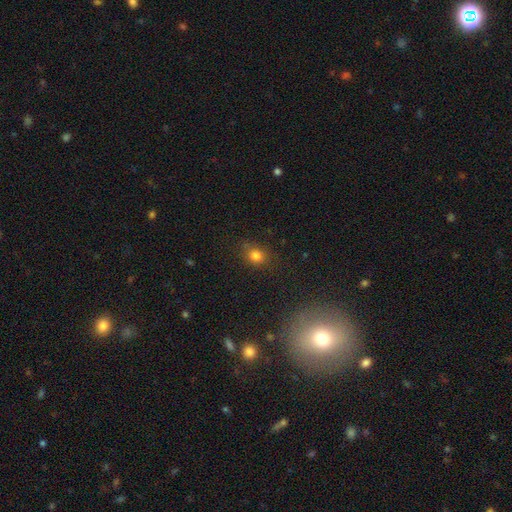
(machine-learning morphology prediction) Q: Smooth or featured?
A: smooth (79%); runner-up: star or artifact (15%)
Q: How rounded?
A: round (66%); runner-up: in between (32%)
Q: Merging?
A: none (80%); runner-up: minor disturbance (13%)